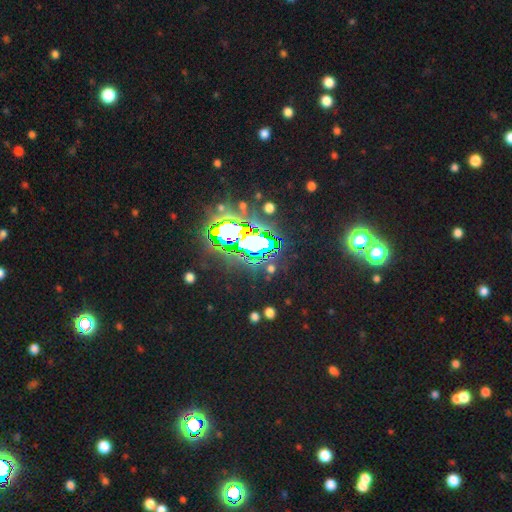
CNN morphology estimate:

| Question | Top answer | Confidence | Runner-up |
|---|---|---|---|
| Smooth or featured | star or artifact | 77% | smooth (14%) |